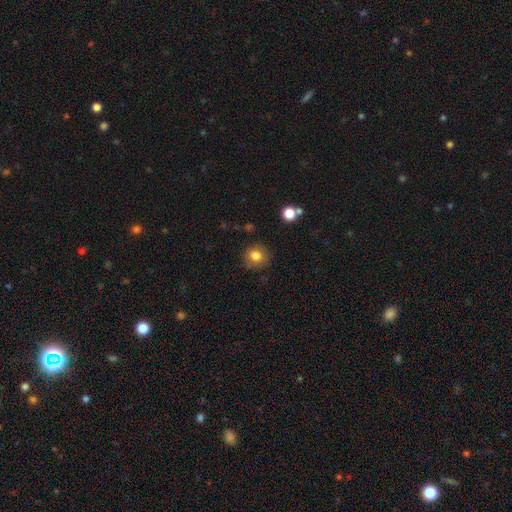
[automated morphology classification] A smooth galaxy with no disk features (81%) that is round (86%).

Vote fractions:
- Smooth or featured? smooth: 81% / star or artifact: 10% / featured or disk: 9%
- How rounded? round: 86% / in between: 13% / cigar-shaped: 1%
- Merging? none: 85% / minor disturbance: 10% / major disturbance: 3% / merger: 2%